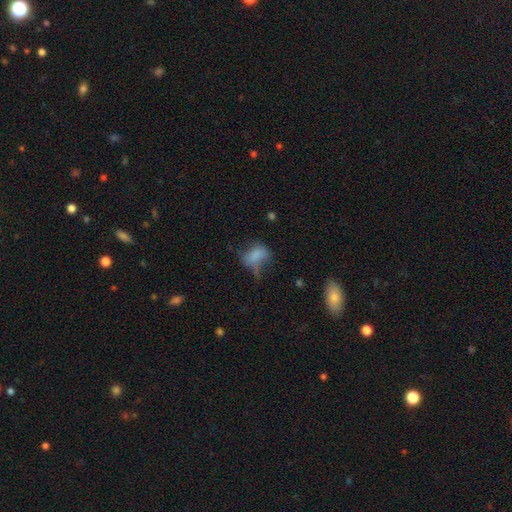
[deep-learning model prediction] The model was most divided on "merging": major disturbance: 37%, minor disturbance: 29%, none: 28%, merger: 6%. More confident: how rounded — in between (79%); smooth or featured — smooth (67%).